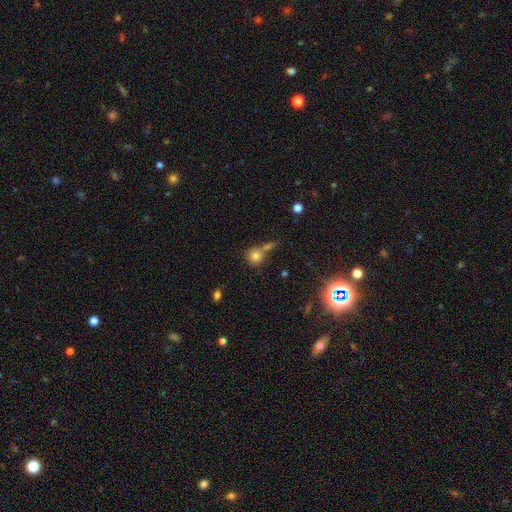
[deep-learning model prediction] A smooth galaxy with no disk features (79%) that is round (89%). Merging: none (53%).